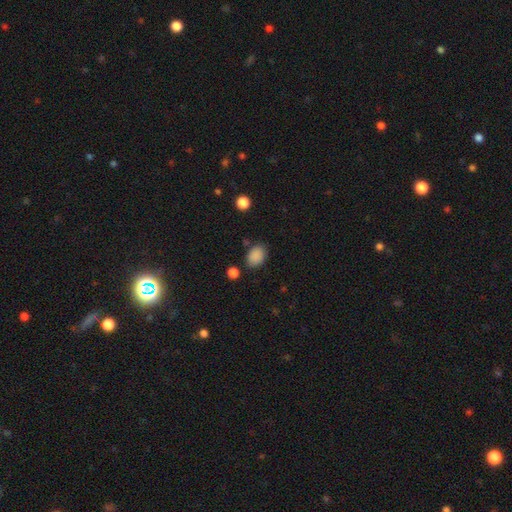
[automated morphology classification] Smooth or featured? Predicted: smooth (p=0.87). How rounded? Predicted: in between (p=0.77). Merging? Predicted: none (p=0.77).